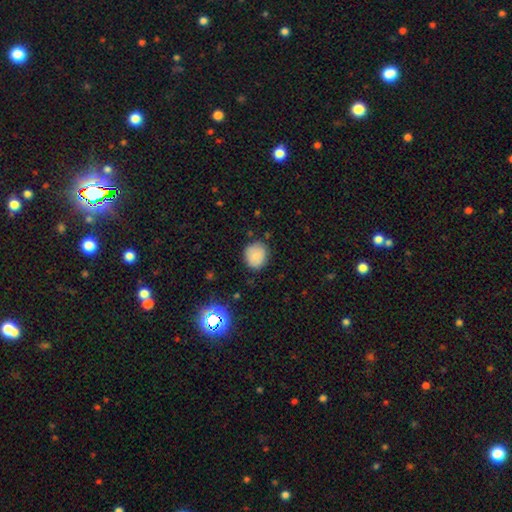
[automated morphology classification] A smooth galaxy with no disk features (81%) that is round (77%).

Vote fractions:
- Smooth or featured? smooth: 81% / star or artifact: 11% / featured or disk: 8%
- How rounded? round: 77% / in between: 22% / cigar-shaped: 1%
- Merging? none: 81% / minor disturbance: 14% / major disturbance: 3% / merger: 2%